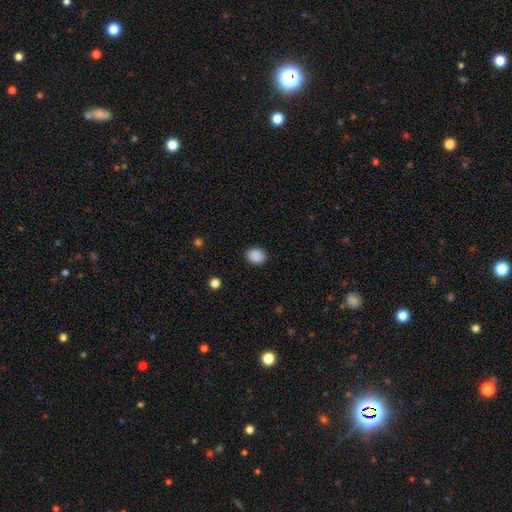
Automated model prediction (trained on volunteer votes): This appears to be a smooth galaxy with no disk features (89%) that is round (55%). Merging: none (89%).